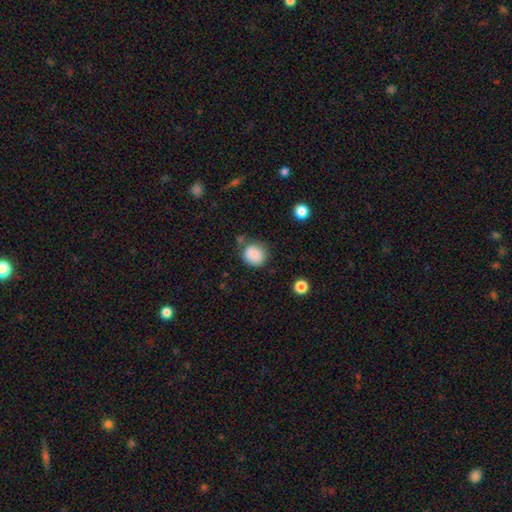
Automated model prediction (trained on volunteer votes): Morphology: type=smooth (86%); roundness=round (82%); merging=none (72%).